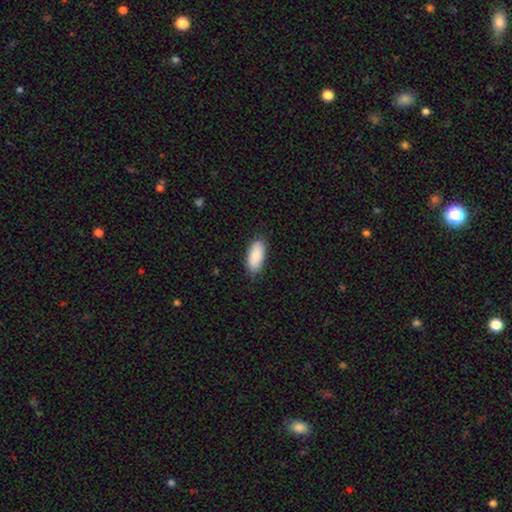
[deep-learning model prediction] Morphology: type=smooth (89%); roundness=in between (88%); merging=none (84%).